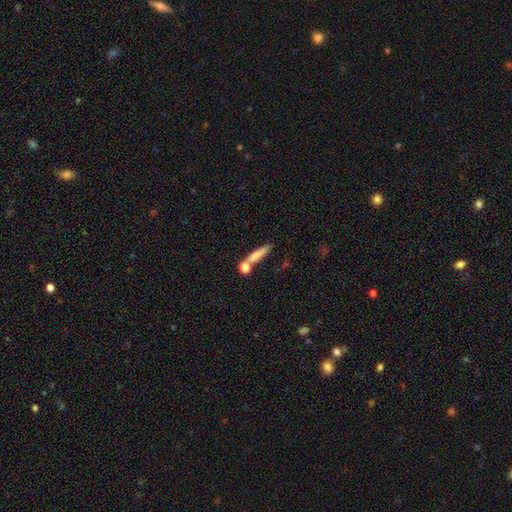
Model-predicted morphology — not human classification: Overall: smooth (71%). How rounded: cigar-shaped (73%). Merging: none (56%; merger 25%).